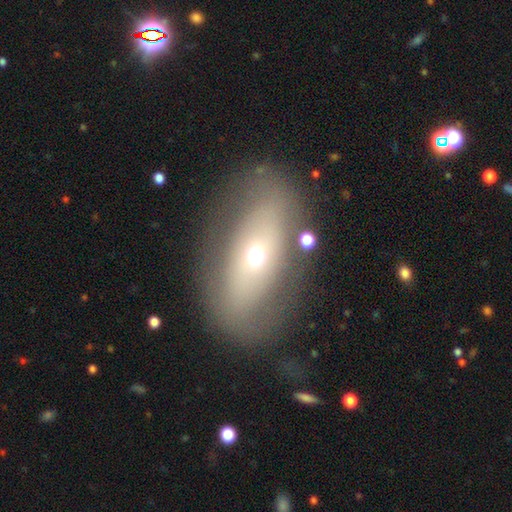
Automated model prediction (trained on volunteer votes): Smooth or featured?
  - smooth: 46% *
  - featured or disk: 42%
  - star or artifact: 13%
Merging?
  - none: 64% *
  - minor disturbance: 19%
  - major disturbance: 14%
  - merger: 4%